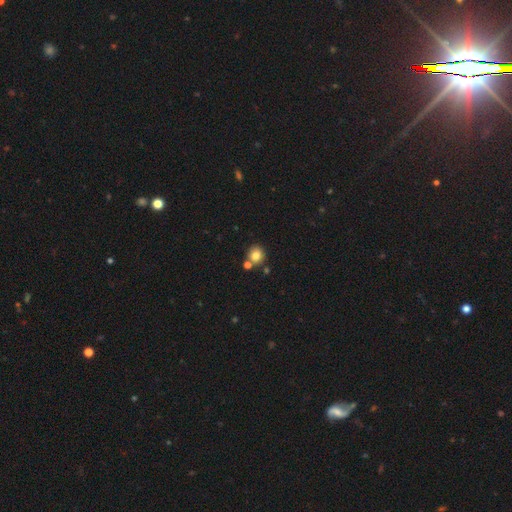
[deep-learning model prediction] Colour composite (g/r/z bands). It shows a smooth galaxy with no disk features (81%) that is round (84%). Merging: none (70%).